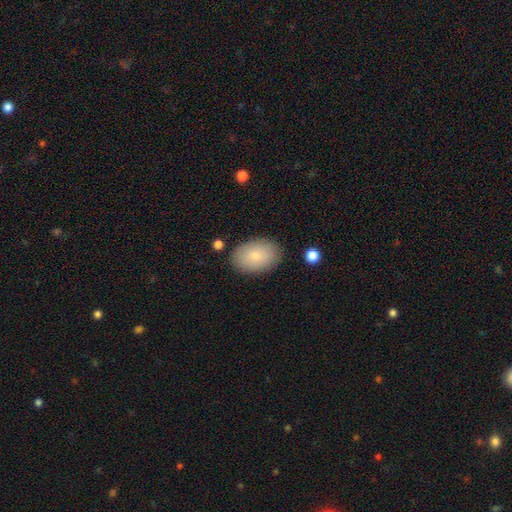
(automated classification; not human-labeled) smooth 82%, featured or disk 12%, star or artifact 7%. Down the decision tree: how rounded — in between (88%); merging — none (85%).